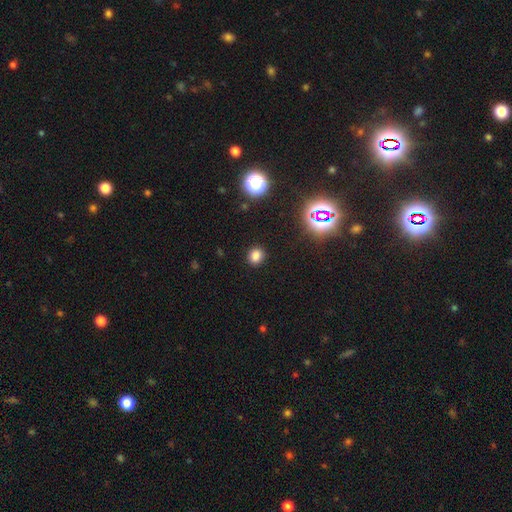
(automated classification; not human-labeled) A smooth galaxy with no disk features (79%) that is round (73%). Merging: none (89%).